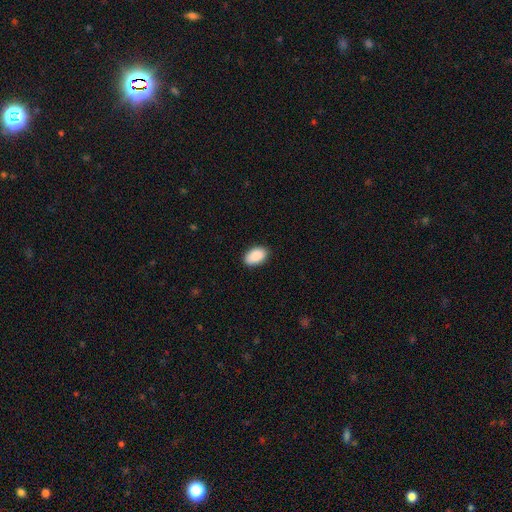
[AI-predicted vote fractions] smooth_or_featured: smooth (p=0.90) [alt: star or artifact p=0.07]
how_rounded: in between (p=0.93) [alt: round p=0.06]
merging: none (p=0.87) [alt: minor disturbance p=0.10]